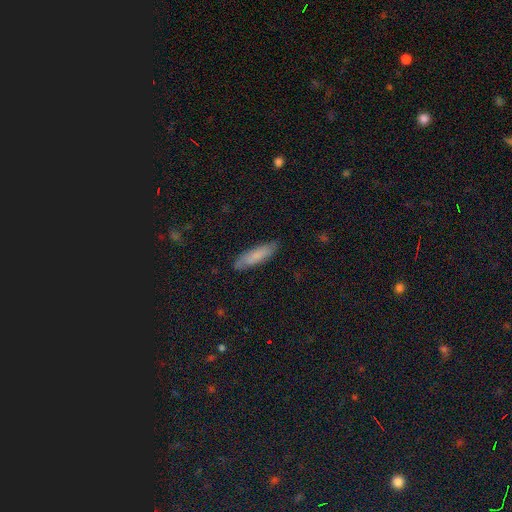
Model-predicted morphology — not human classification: The model was most divided on "how rounded": cigar-shaped: 65%, in between: 33%, round: 2%. More confident: merging — none (83%); smooth or featured — smooth (76%).